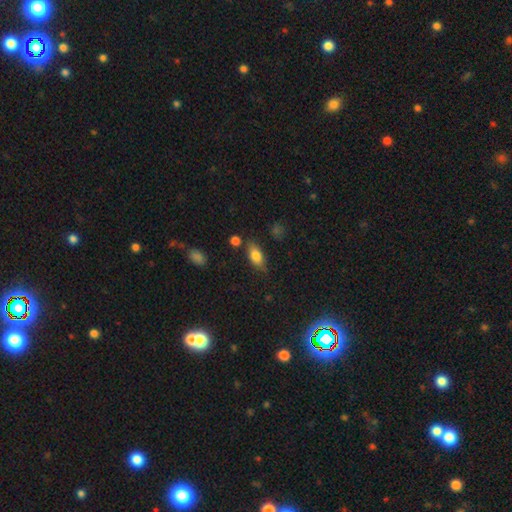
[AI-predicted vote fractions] A smooth galaxy with no disk features (80%) that is in between round and cigar-shaped (86%).

Vote fractions:
- Smooth or featured? smooth: 80% / featured or disk: 12% / star or artifact: 8%
- How rounded? in between: 86% / cigar-shaped: 9% / round: 5%
- Merging? none: 74% / minor disturbance: 17% / merger: 5% / major disturbance: 4%